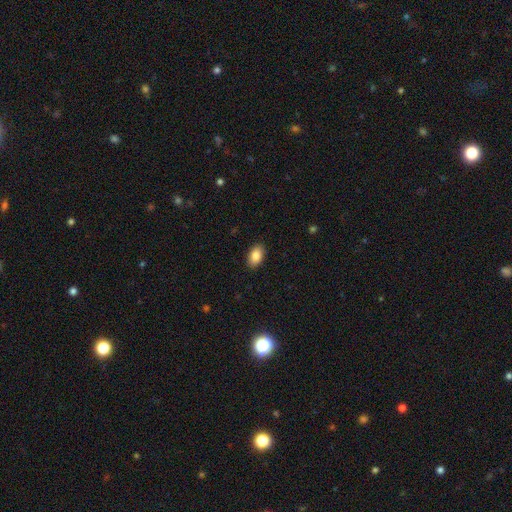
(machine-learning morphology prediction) This is clearly a smooth galaxy (87%). How rounded: clearly in between (92%). Merging: clearly none (89%).